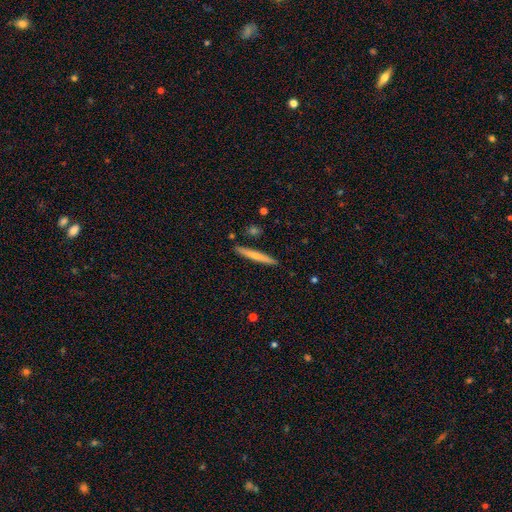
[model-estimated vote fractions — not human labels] A smooth galaxy with no disk features (57%) that is cigar-shaped (96%).

Vote fractions:
- Smooth or featured? smooth: 57% / featured or disk: 37% / star or artifact: 6%
- How rounded? cigar-shaped: 96% / in between: 3% / round: 1%
- Merging? none: 89% / minor disturbance: 7% / merger: 2% / major disturbance: 1%